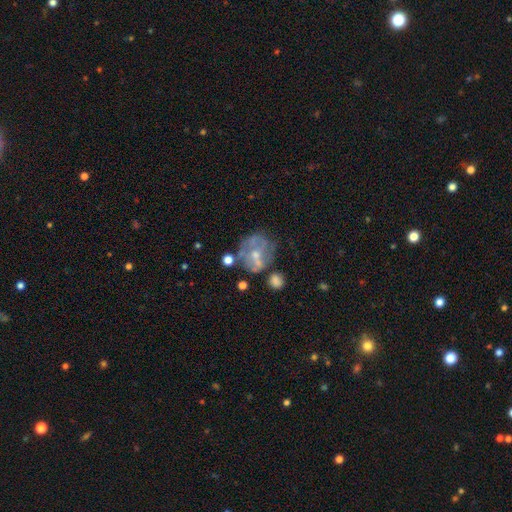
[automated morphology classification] Smooth or featured?
  - featured or disk: 61% *
  - smooth: 26%
  - star or artifact: 13%
Edge-on disk?
  - no: 96% *
  - yes: 4%
Bar?
  - no: 53% *
  - weak: 34%
  - strong: 12%
Spiral arms?
  - no: 55% *
  - yes: 45%
Bulge size?
  - small: 58% *
  - moderate: 34%
  - none: 6%
  - large: 1%
  - dominant: 1%
Merging?
  - none: 47% *
  - minor disturbance: 22%
  - major disturbance: 18%
  - merger: 14%